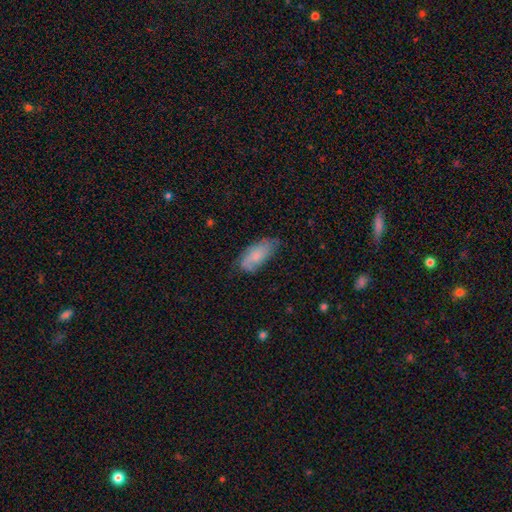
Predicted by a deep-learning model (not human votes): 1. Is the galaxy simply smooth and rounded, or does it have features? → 68% smooth, 25% featured or disk, 7% star or artifact.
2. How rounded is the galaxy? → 87% in between, 11% cigar-shaped, 2% round.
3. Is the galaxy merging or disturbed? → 64% none, 27% minor disturbance, 7% major disturbance, 2% merger.